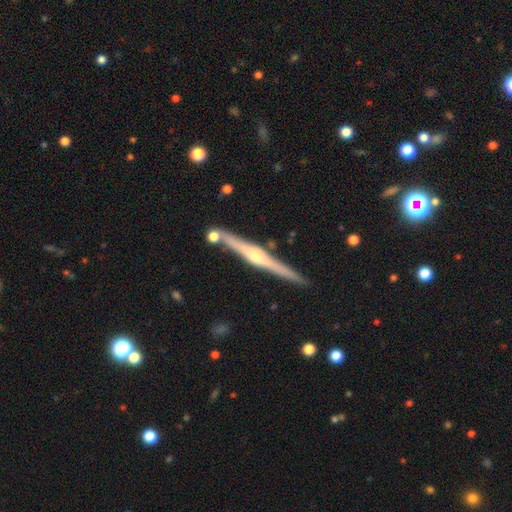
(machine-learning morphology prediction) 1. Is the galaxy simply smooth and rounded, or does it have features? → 78% featured or disk, 17% smooth, 6% star or artifact.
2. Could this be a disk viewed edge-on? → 98% yes, 2% no.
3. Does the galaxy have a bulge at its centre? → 81% rounded, 10% none, 9% boxy.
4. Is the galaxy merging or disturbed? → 85% none, 8% minor disturbance, 5% merger, 2% major disturbance.